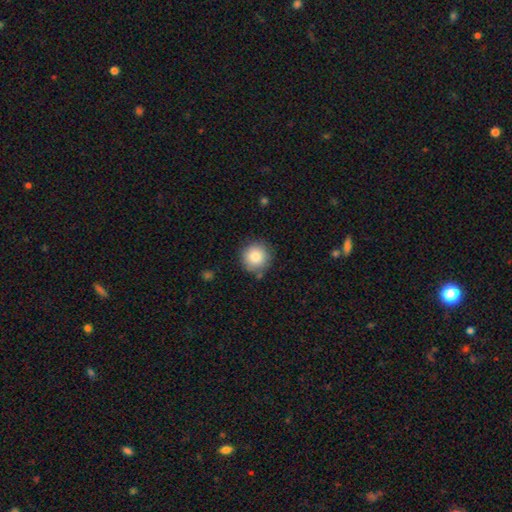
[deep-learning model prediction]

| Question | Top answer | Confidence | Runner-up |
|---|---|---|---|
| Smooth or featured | smooth | 86% | star or artifact (8%) |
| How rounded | round | 94% | in between (5%) |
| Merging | none | 85% | minor disturbance (10%) |